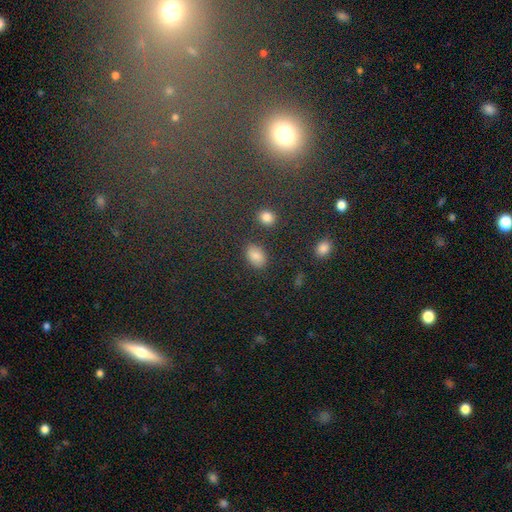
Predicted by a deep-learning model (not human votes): The model was most divided on "how rounded": in between: 83%, round: 16%, cigar-shaped: 2%. More confident: smooth or featured — smooth (82%); merging — none (81%).